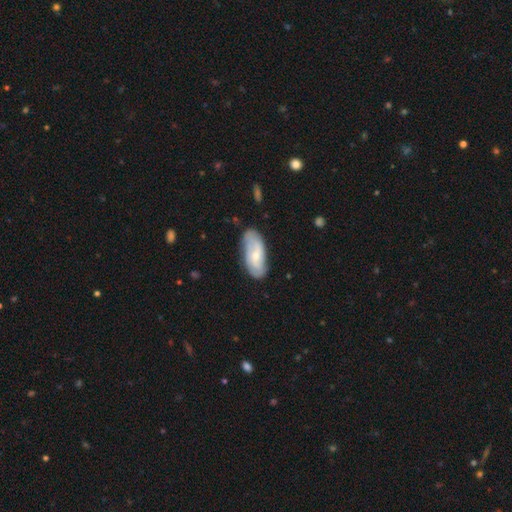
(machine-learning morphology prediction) The model was most divided on "smooth or featured": featured or disk: 53%, smooth: 41%, star or artifact: 6%. More confident: edge-on disk — no (91%); merging — none (73%).